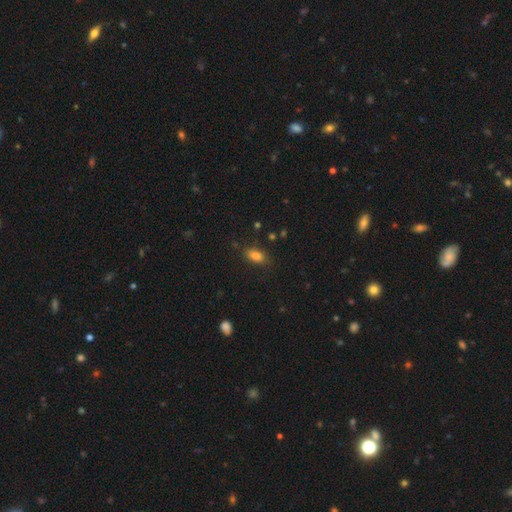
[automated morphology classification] smooth 83%, star or artifact 10%, featured or disk 6%. Down the decision tree: how rounded — in between (87%); merging — none (82%).